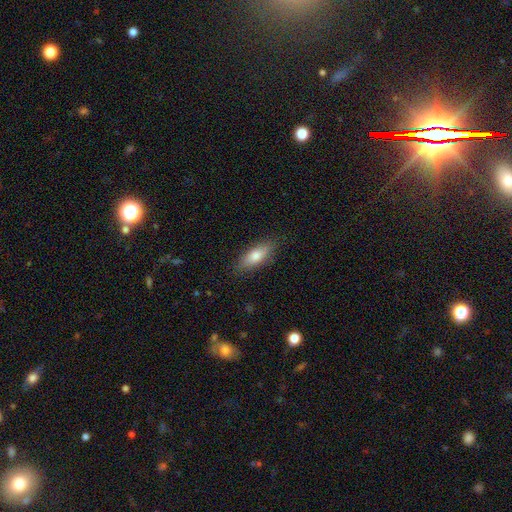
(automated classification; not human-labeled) Morphology: type=smooth (74%); roundness=in between (62%); merging=none (85%).